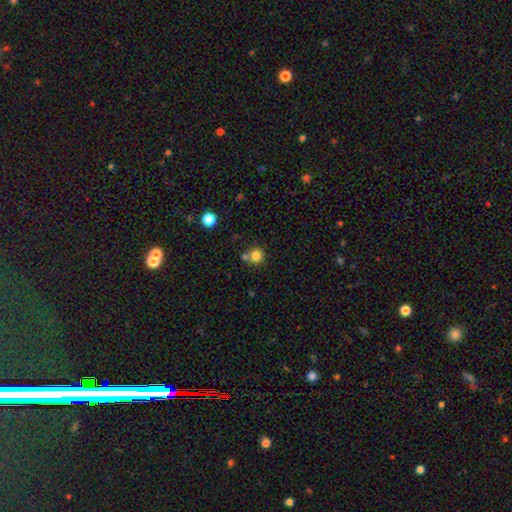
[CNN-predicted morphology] A smooth galaxy with no disk features (80%) that is round (92%). Merging: none (65%).